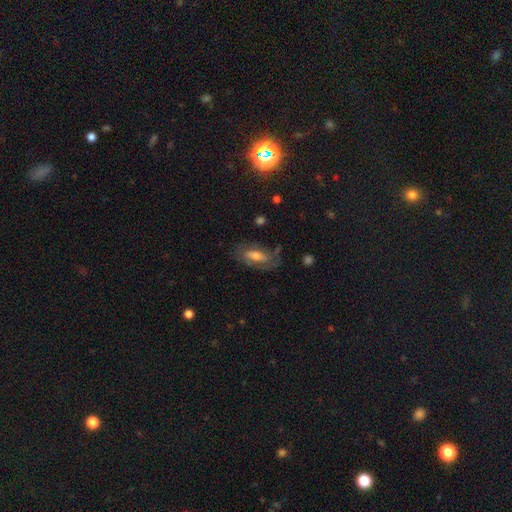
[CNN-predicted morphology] A featured or disk galaxy (56%).

Vote fractions:
- Smooth or featured? featured or disk: 56% / smooth: 36% / star or artifact: 9%
- Edge-on disk? no: 86% / yes: 14%
- Merging? none: 65% / minor disturbance: 21% / major disturbance: 12% / merger: 2%